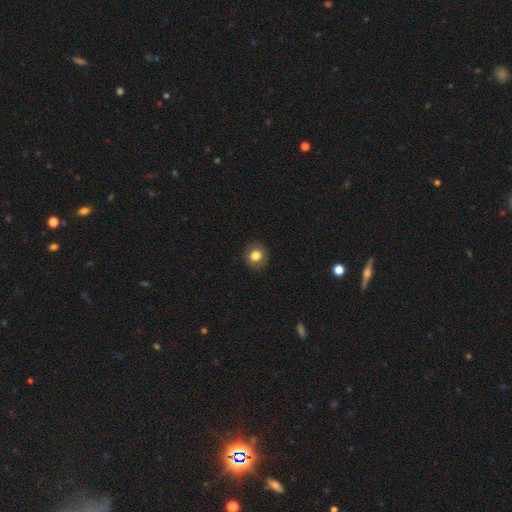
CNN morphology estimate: The model was most divided on "how rounded": round: 85%, in between: 14%, cigar-shaped: 1%. More confident: merging — none (90%); smooth or featured — smooth (81%).